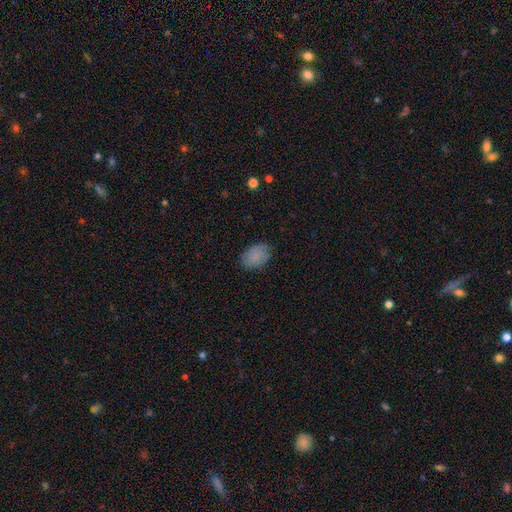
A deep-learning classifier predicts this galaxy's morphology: This appears to be a smooth galaxy with no disk features (84%) that is in between round and cigar-shaped (83%). Merging: none (81%).